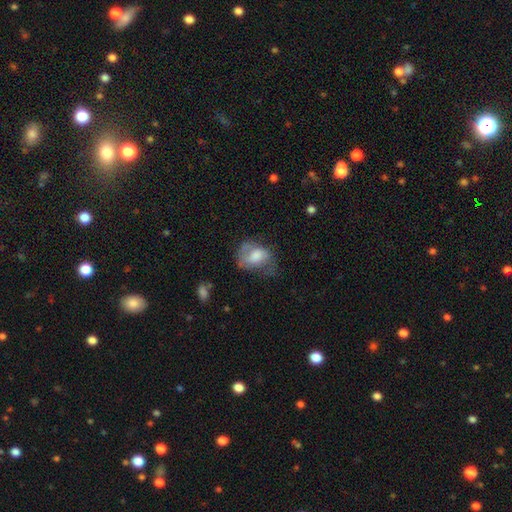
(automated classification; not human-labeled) Smooth or featured? Predicted: smooth (p=0.59). How rounded? Predicted: in between (p=0.72). Merging? Predicted: major disturbance (p=0.34).